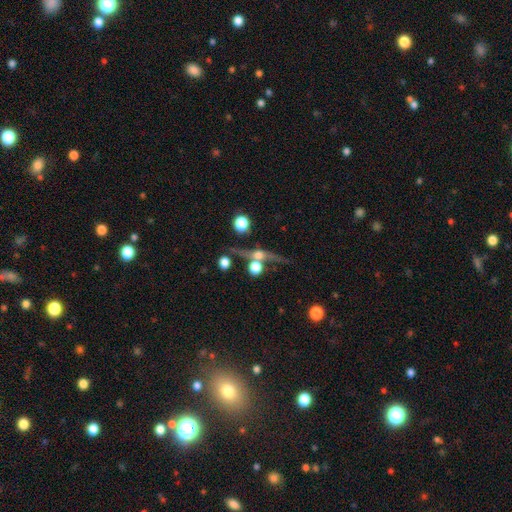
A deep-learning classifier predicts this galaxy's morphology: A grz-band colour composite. It shows a featured or disk galaxy (68%) viewed edge-on (89%) with a rounded central bulge (91%). Merging: none (73%).